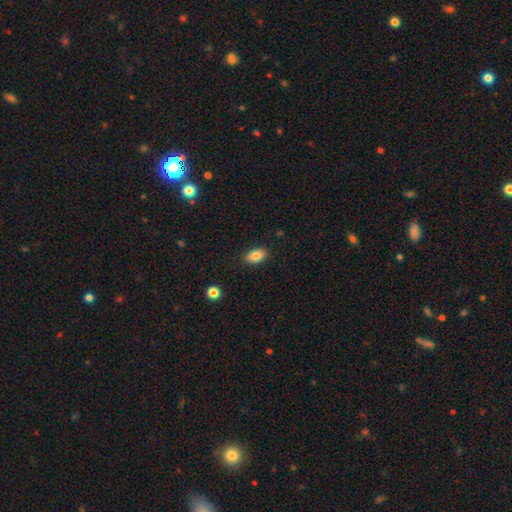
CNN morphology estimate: Overall: smooth (84%). How rounded: in between (89%). Merging: none (87%).